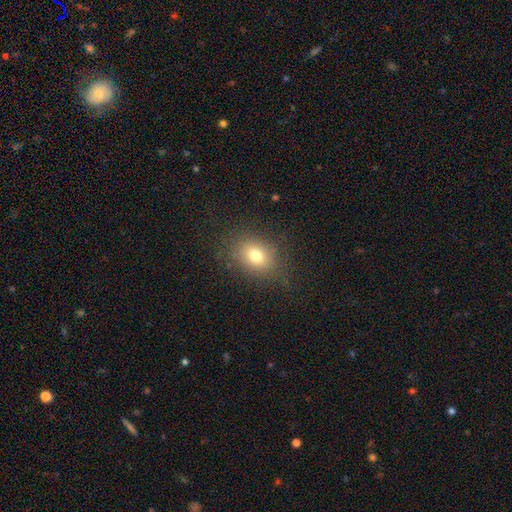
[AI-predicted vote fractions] smooth-or-featured: smooth: 75% | star or artifact: 13% | featured or disk: 11%
  how-rounded: in between: 59% | round: 40% | cigar-shaped: 1%
  merging: none: 81% | minor disturbance: 13% | major disturbance: 5% | merger: 1%